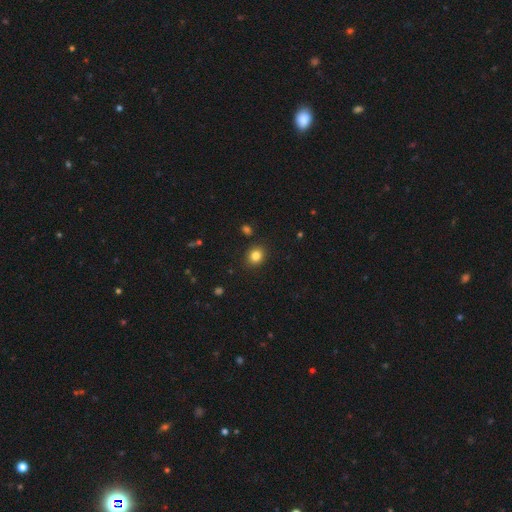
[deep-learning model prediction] Smooth or featured? Predicted: smooth (p=0.83). How rounded? Predicted: round (p=0.71). Merging? Predicted: none (p=0.90).